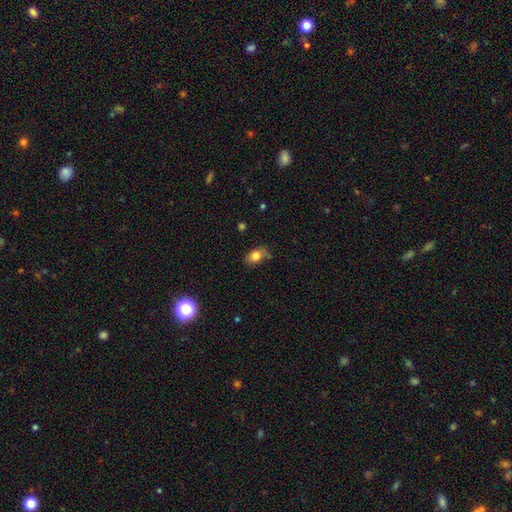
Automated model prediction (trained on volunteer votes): smooth-or-featured: smooth: 79% | featured or disk: 11% | star or artifact: 10%
  how-rounded: in between: 77% | round: 21% | cigar-shaped: 2%
  merging: none: 59% | minor disturbance: 29% | major disturbance: 8% | merger: 4%